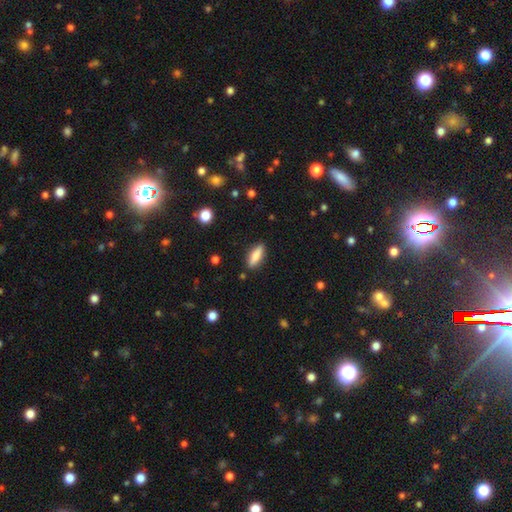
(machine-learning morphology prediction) Overall: smooth (78%). How rounded: in between (54%; cigar-shaped 43%). Merging: none (87%).